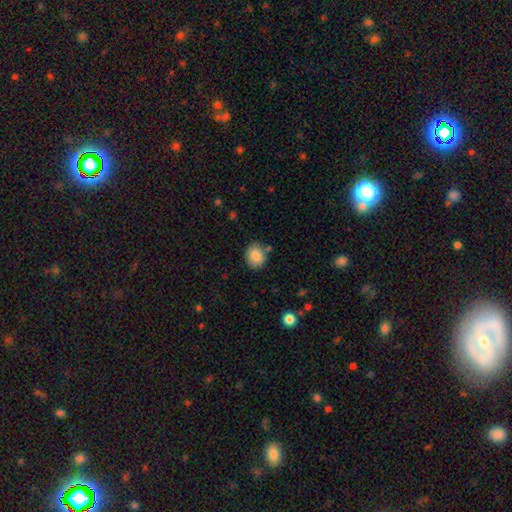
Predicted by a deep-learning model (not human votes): The model was most divided on "how rounded": round: 65%, in between: 34%, cigar-shaped: 1%. More confident: smooth or featured — smooth (86%); merging — none (83%).